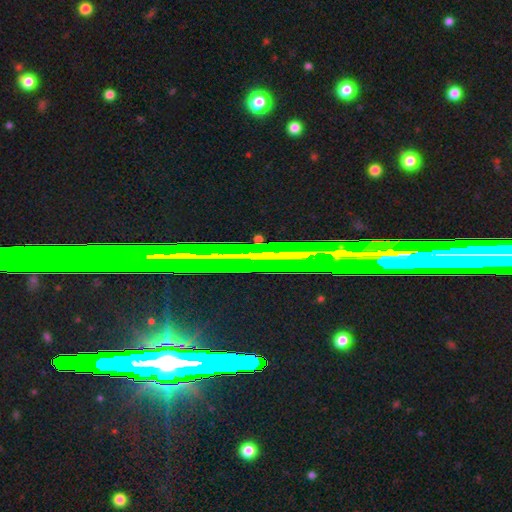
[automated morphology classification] smooth-or-featured: star or artifact: 75% | featured or disk: 16% | smooth: 9%